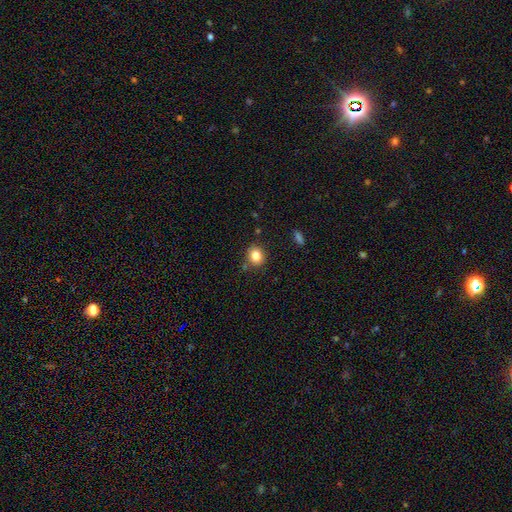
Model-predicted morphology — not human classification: A smooth galaxy with no disk features (83%) that is round (70%). Merging: none (83%).